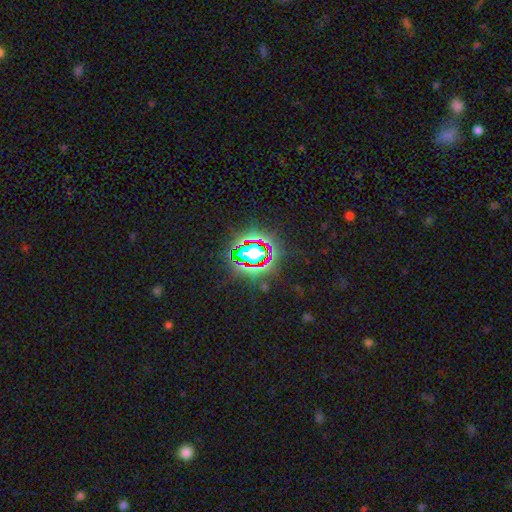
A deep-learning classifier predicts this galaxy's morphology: Smooth or featured? star or artifact (74%)